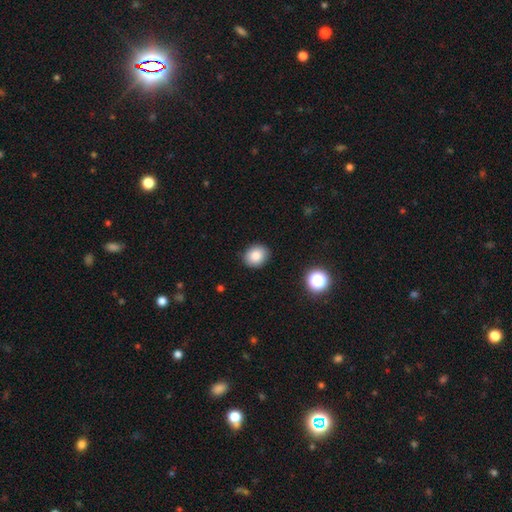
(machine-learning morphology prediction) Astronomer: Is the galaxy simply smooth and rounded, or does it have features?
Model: smooth — 85%.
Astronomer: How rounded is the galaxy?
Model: round — 62% (runner-up: in between, 37%).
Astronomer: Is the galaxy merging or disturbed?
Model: none — 88%.